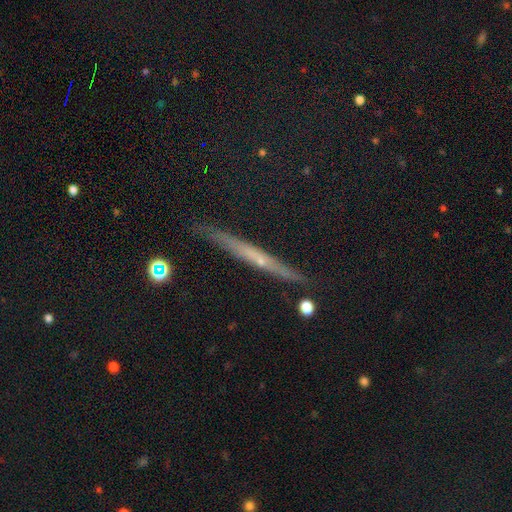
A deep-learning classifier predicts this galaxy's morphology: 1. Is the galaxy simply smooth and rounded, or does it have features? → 55% featured or disk, 30% smooth, 15% star or artifact.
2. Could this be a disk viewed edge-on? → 94% yes, 6% no.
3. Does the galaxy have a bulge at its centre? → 58% none, 36% rounded, 6% boxy.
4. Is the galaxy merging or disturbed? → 84% none, 12% minor disturbance, 2% major disturbance, 2% merger.